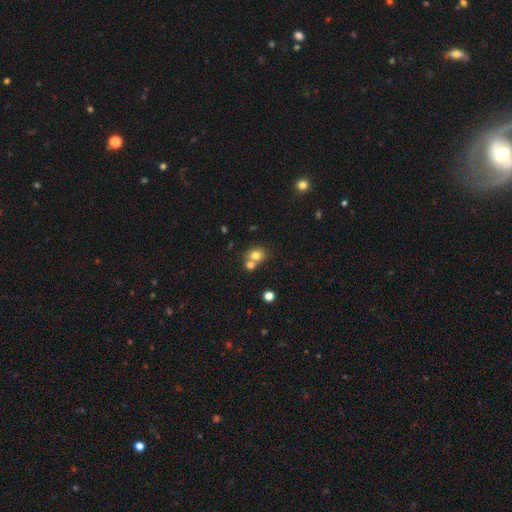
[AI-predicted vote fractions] smooth_or_featured: smooth (p=0.76) [alt: star or artifact p=0.13]
how_rounded: round (p=0.73) [alt: in between p=0.26]
merging: merger (p=0.46) [alt: none p=0.44]